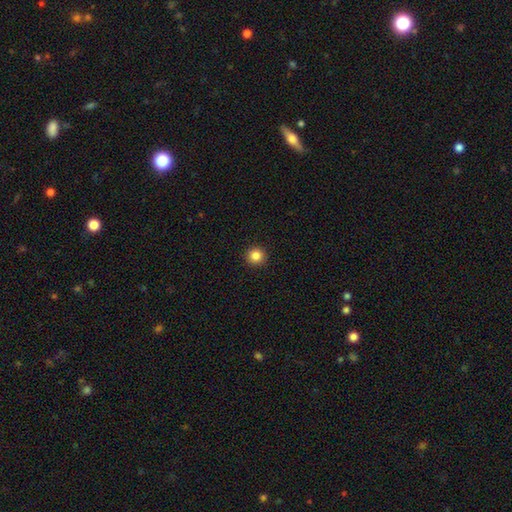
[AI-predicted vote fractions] Q: Smooth or featured?
A: smooth (85%); runner-up: star or artifact (11%)
Q: How rounded?
A: round (95%); runner-up: in between (4%)
Q: Merging?
A: none (93%); runner-up: minor disturbance (5%)